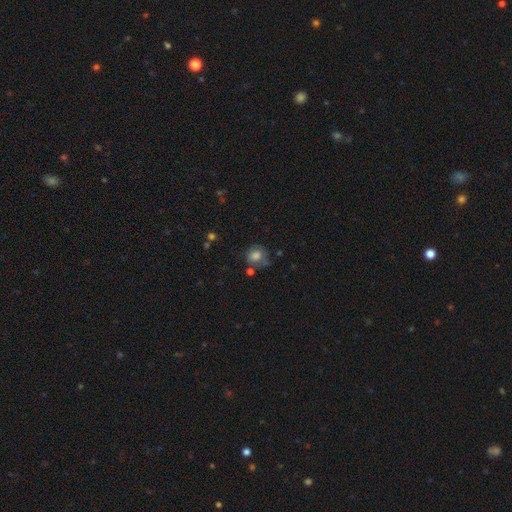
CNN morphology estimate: A smooth galaxy with no disk features (74%) that is round (71%). Merging: none (52%).